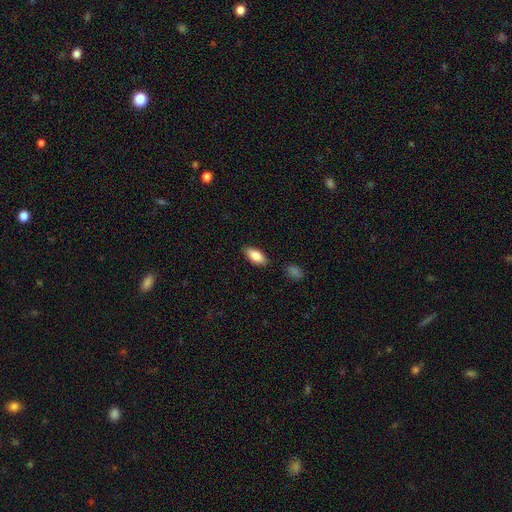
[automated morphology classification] type=smooth (84%); roundness=in between (89%); merging=none (85%).